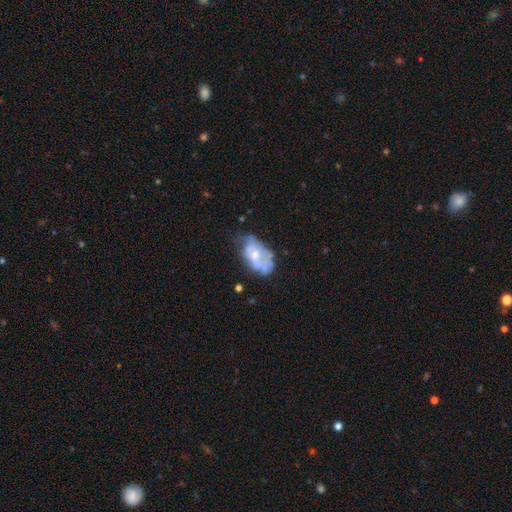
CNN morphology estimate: A featured or disk galaxy (54%) with no bar (81%), no spiral arms (75%) and a small central bulge (44%). Merging: minor disturbance (33%).